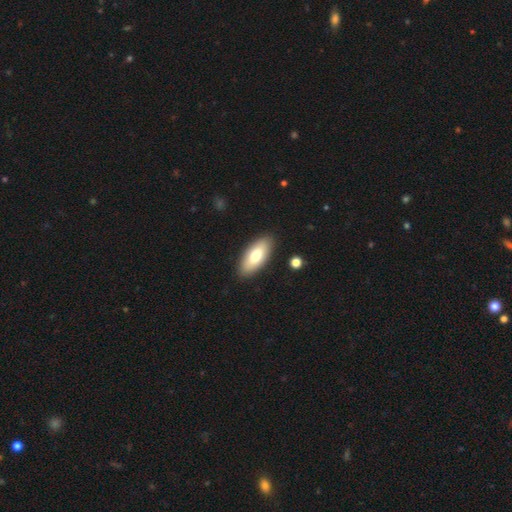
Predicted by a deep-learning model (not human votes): Smooth or featured?
  - smooth: 72% *
  - featured or disk: 22%
  - star or artifact: 6%
How rounded?
  - in between: 86% *
  - cigar-shaped: 12%
  - round: 2%
Merging?
  - none: 89% *
  - minor disturbance: 8%
  - major disturbance: 2%
  - merger: 1%